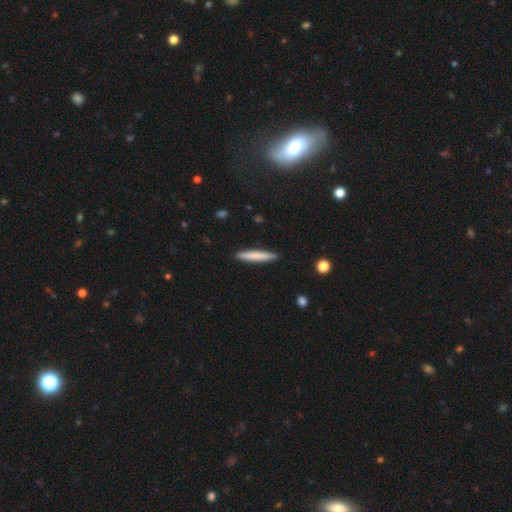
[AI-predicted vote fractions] Morphology: type=smooth (77%); roundness=cigar-shaped (94%); merging=none (90%).